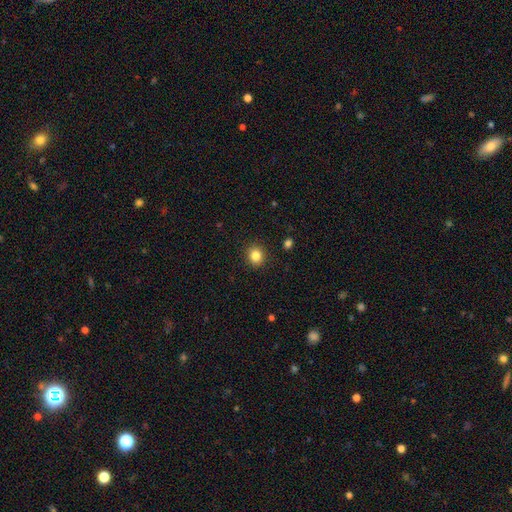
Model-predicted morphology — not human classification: This is clearly a smooth galaxy (84%). How rounded: clearly round (83%). Merging: clearly none (91%).